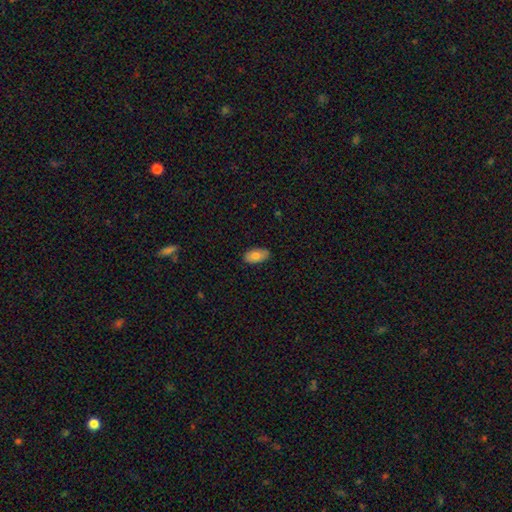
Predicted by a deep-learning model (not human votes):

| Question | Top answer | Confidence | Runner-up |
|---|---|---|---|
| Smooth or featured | smooth | 80% | featured or disk (13%) |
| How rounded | in between | 94% | round (4%) |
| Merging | none | 86% | minor disturbance (11%) |